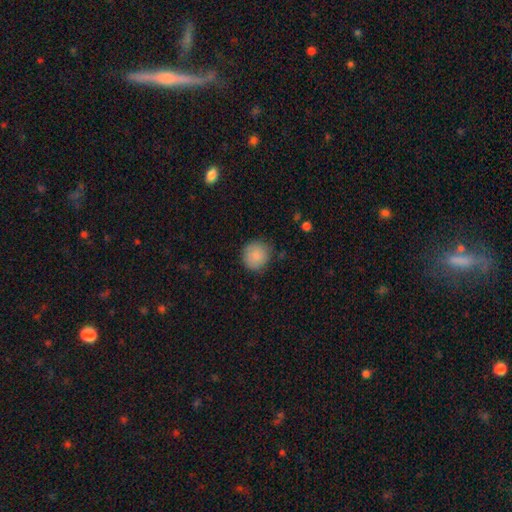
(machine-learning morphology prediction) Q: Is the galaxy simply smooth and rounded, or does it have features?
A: smooth — 87%.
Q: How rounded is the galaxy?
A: round — 91%.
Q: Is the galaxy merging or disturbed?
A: none — 83%.